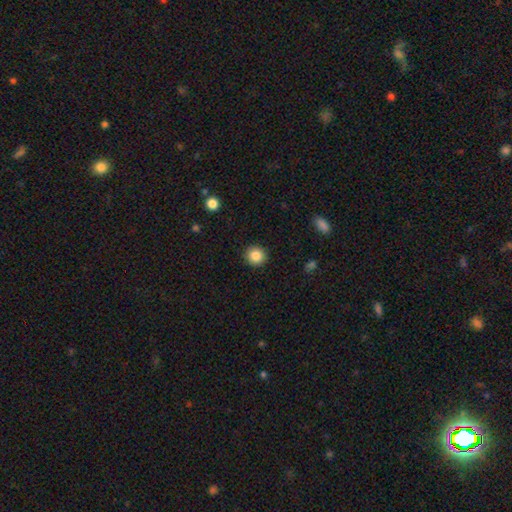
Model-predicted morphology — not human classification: A smooth galaxy with no disk features (85%) that is round (93%). Merging: none (92%).